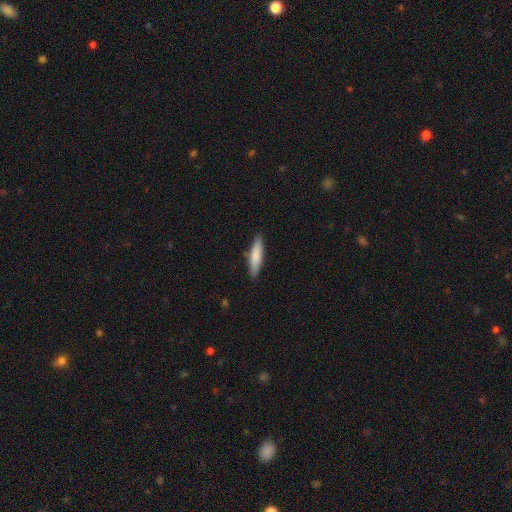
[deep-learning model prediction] The model was most divided on "how rounded": cigar-shaped: 78%, in between: 20%, round: 1%. More confident: merging — none (88%); smooth or featured — smooth (80%).